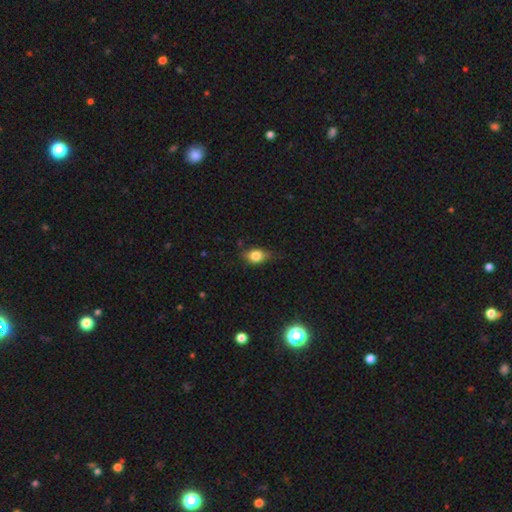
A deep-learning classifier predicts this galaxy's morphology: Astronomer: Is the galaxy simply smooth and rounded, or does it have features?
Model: smooth — 79%.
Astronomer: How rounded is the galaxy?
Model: in between — 64%.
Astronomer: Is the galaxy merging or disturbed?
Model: none — 62%.